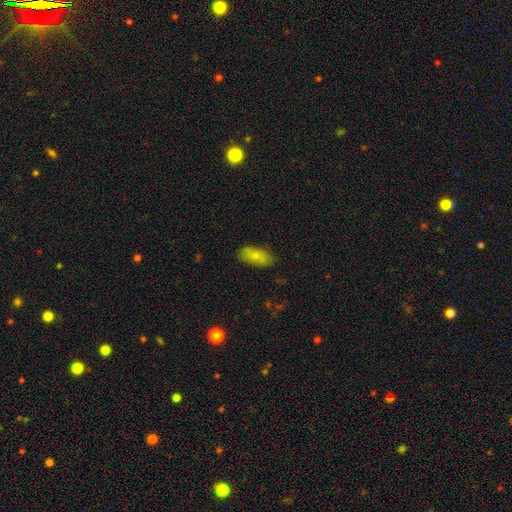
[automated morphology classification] smooth 82%, featured or disk 10%, star or artifact 7%. Down the decision tree: how rounded — in between (88%); merging — none (80%).